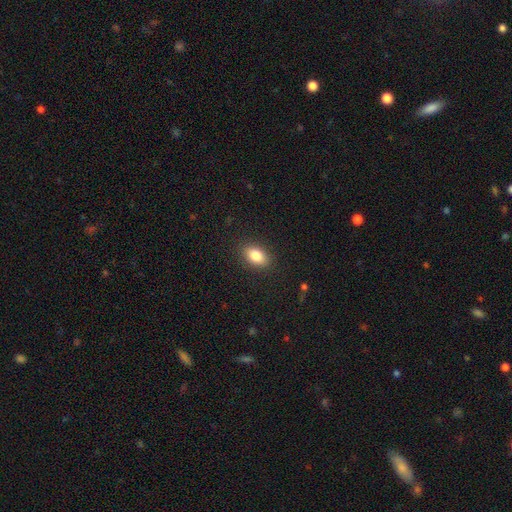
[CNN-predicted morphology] Smooth or featured? Predicted: smooth (p=0.83). How rounded? Predicted: in between (p=0.88). Merging? Predicted: none (p=0.88).